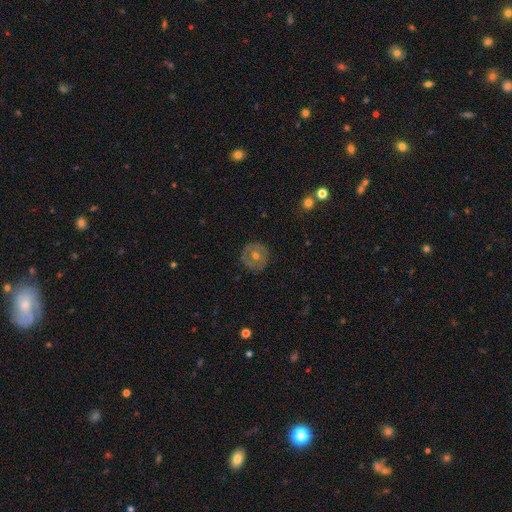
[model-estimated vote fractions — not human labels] Smooth or featured? Predicted: featured or disk (p=0.51). Edge-on disk? Predicted: no (p=0.95). Merging? Predicted: none (p=0.85).